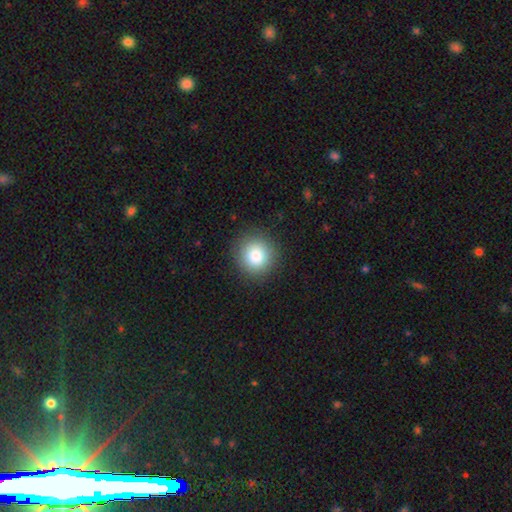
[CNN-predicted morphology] smooth 84%, star or artifact 9%, featured or disk 6%. Down the decision tree: how rounded — round (92%); merging — none (90%).